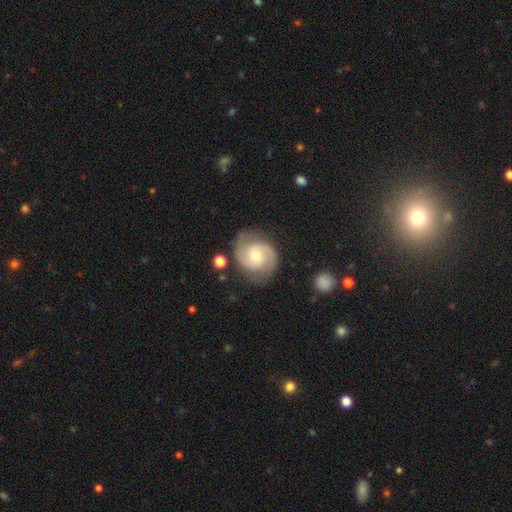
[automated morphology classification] The model was most divided on "bulge size": moderate: 54%, small: 40%, large: 3%, none: 2%, dominant: 1%. More confident: edge-on disk — no (98%); spiral arms — yes (97%); spiral arm count — 2 (90%); smooth or featured — featured or disk (84%); merging — none (76%); bar — no (62%); spiral winding — medium (52%).